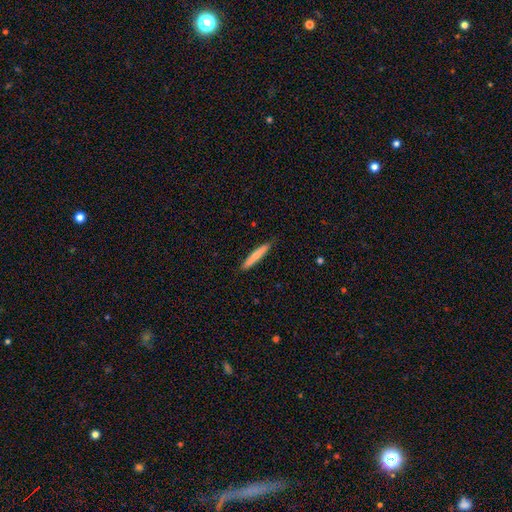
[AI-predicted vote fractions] Overall: smooth (74%). How rounded: cigar-shaped (94%). Merging: none (87%).